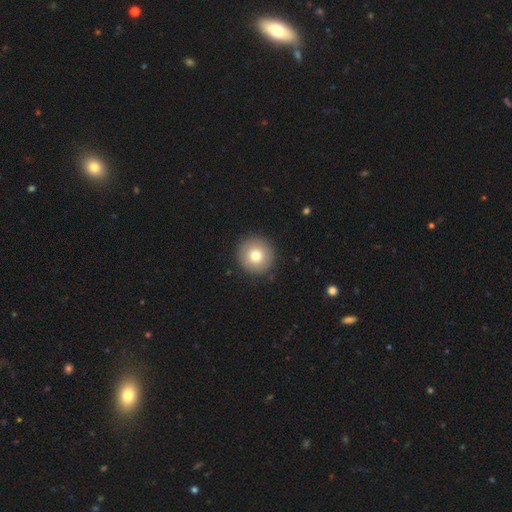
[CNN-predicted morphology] Smooth or featured: smooth — 76% (featured or disk — 14%)
How rounded: round — 95% (in between — 4%)
Merging: none — 91% (minor disturbance — 6%)